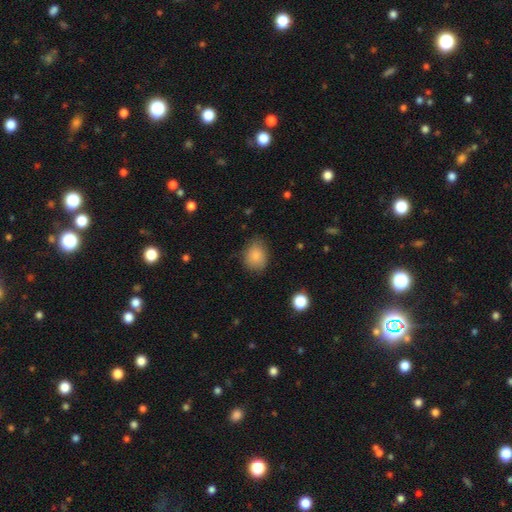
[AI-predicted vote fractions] Morphology: type=smooth (86%); roundness=in between (50%); merging=none (72%).